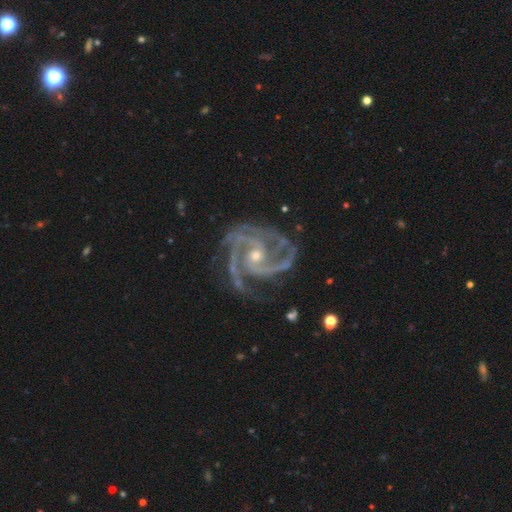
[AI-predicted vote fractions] smooth-or-featured: featured or disk: 92% | star or artifact: 6% | smooth: 2%
  disk-edge-on: no: 98% | yes: 2%
    bar: no: 45% | weak: 32% | strong: 23%
    has-spiral-arms: yes: 99% | no: 1%
      spiral-winding: tight: 52% | medium: 43% | loose: 5%
      spiral-arm-count: 3: 40% | 2: 35% | 4: 8% | can't tell: 7% | more than 4: 5% | 1: 5%
    bulge-size: small: 61% | moderate: 35% | large: 1% | none: 1% | dominant: 1%
  merging: none: 70% | minor disturbance: 19% | major disturbance: 9% | merger: 2%